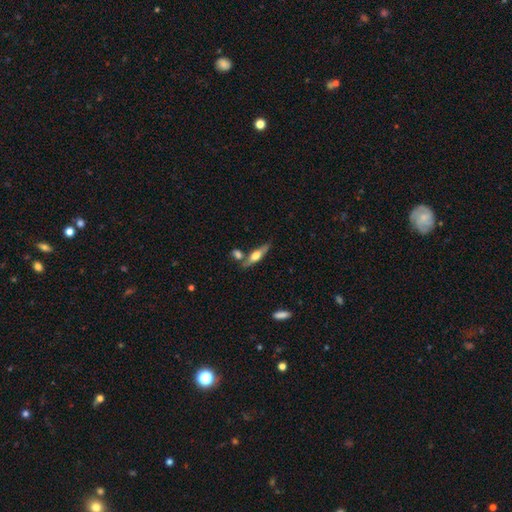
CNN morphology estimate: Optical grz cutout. It shows a featured or disk galaxy (54%) viewed edge-on (91%). Merging: none (69%).